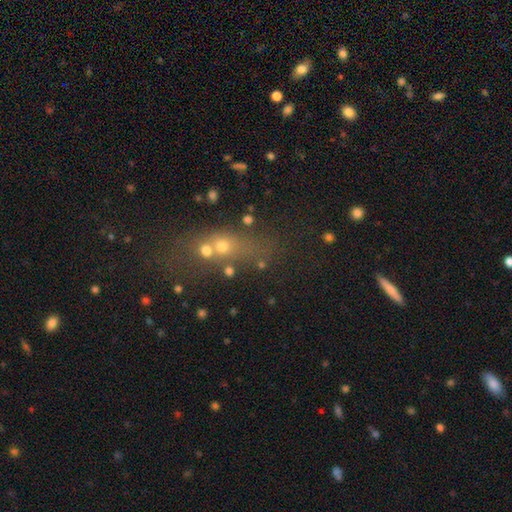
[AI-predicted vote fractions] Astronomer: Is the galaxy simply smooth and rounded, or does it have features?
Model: smooth — 45% (runner-up: star or artifact, 31%).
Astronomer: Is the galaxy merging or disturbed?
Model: merger — 43% (runner-up: none, 39%).